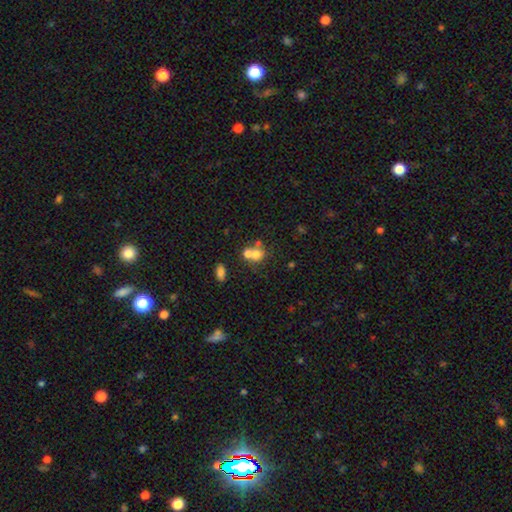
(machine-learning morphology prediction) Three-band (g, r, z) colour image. It shows a smooth galaxy with no disk features (64%) that is round (63%). Merging: merger (56%).